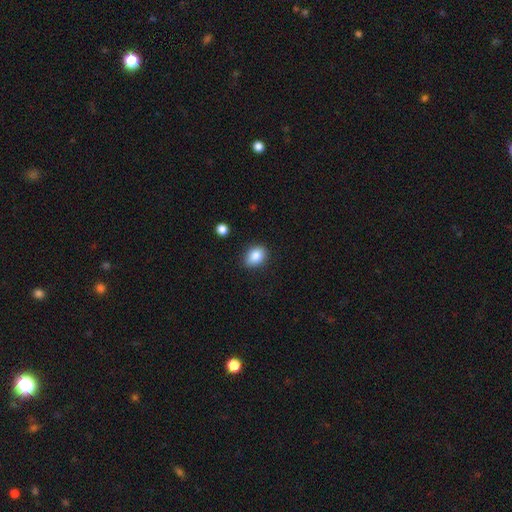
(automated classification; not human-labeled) Smooth or featured? smooth (86%)
How rounded? in between (71%)
Merging? none (82%)